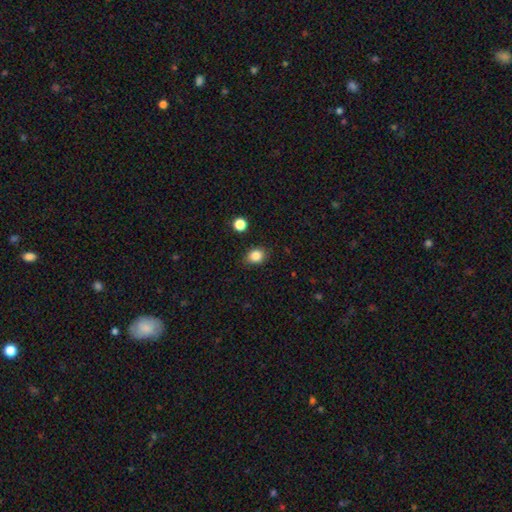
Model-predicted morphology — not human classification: Q: Smooth or featured?
A: smooth (85%); runner-up: star or artifact (10%)
Q: How rounded?
A: round (50%); runner-up: in between (49%)
Q: Merging?
A: none (83%); runner-up: minor disturbance (12%)